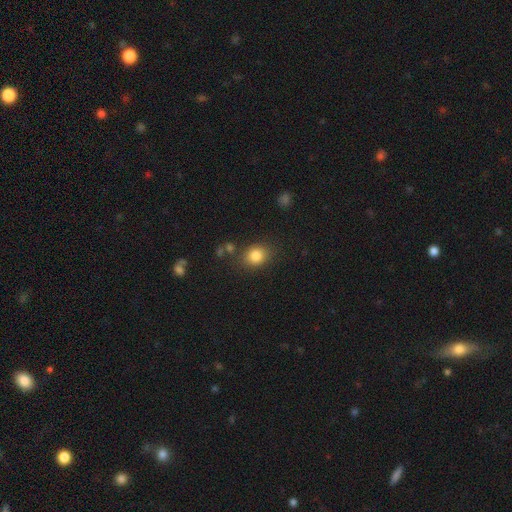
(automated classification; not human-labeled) Morphology: type=smooth (84%); roundness=round (54%); merging=none (78%).